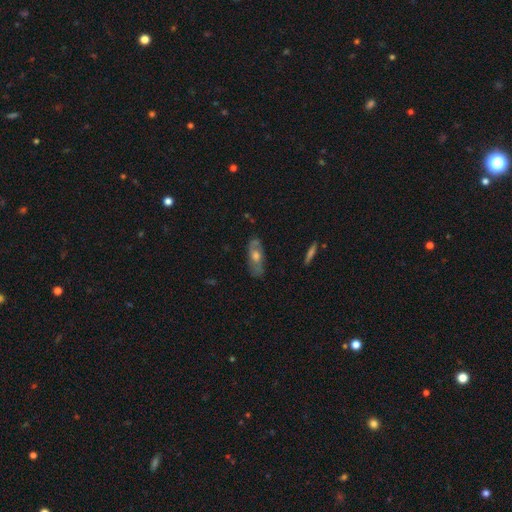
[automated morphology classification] Overall: featured or disk (55%; smooth 36%). Edge-on disk: no (71%). Merging: none (76%).